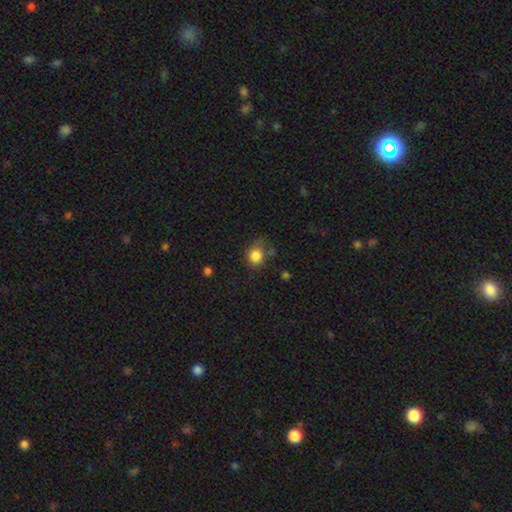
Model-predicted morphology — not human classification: A smooth galaxy with no disk features (84%) that is round (75%). Merging: none (64%).